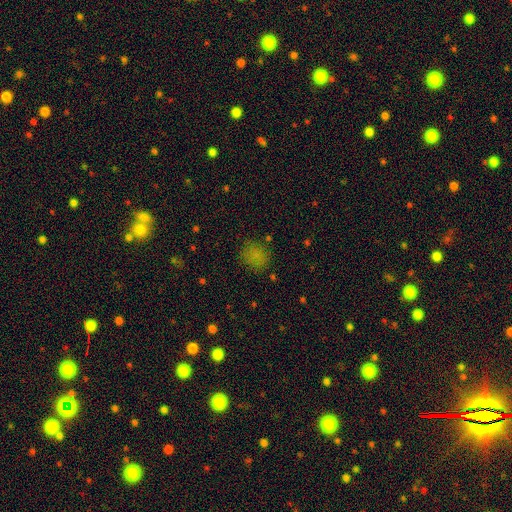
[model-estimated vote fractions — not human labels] Overall: smooth (76%). How rounded: round (73%). Merging: none (79%).